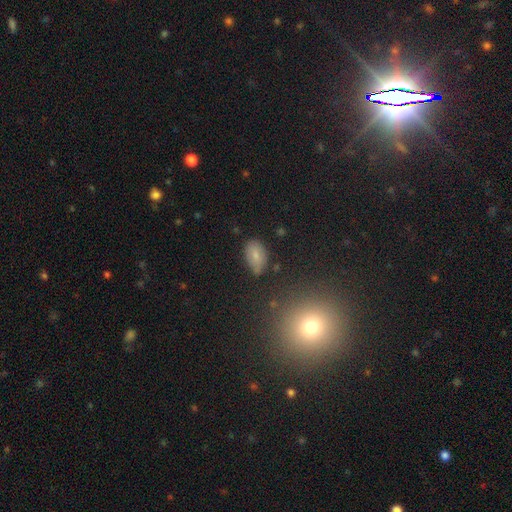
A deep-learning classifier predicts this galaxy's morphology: A smooth galaxy with no disk features (76%) that is in between round and cigar-shaped (88%). Merging: none (65%).